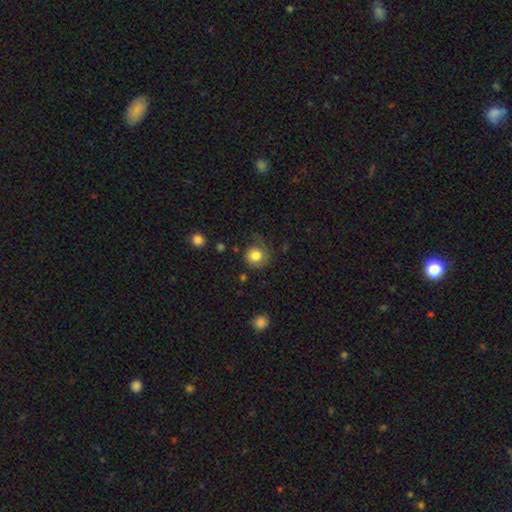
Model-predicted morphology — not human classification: Q: Smooth or featured?
A: smooth (81%); runner-up: star or artifact (10%)
Q: How rounded?
A: round (90%); runner-up: in between (9%)
Q: Merging?
A: none (68%); runner-up: minor disturbance (21%)